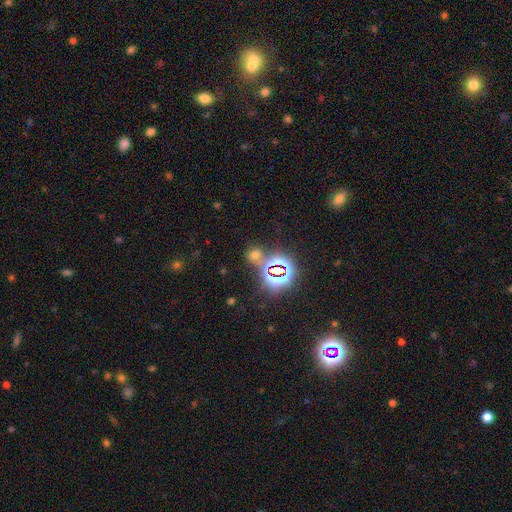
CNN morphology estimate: Overall: star or artifact (59%; smooth 33%).